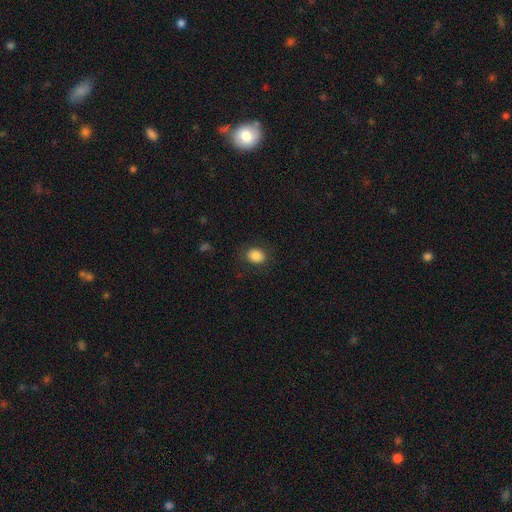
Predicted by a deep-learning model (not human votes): This appears to be a smooth galaxy with no disk features (85%) that is in between round and cigar-shaped (50%). Merging: none (85%).